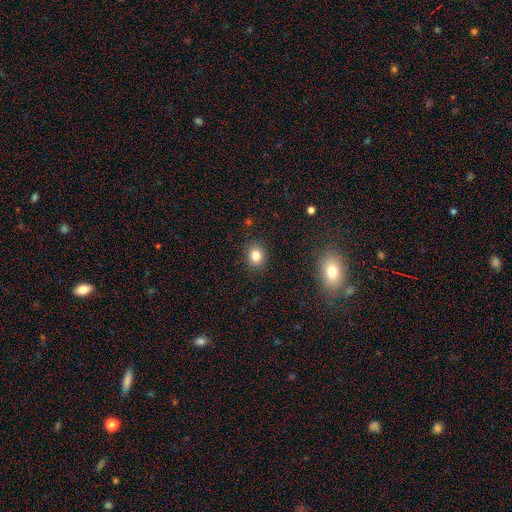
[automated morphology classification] smooth_or_featured: smooth (p=0.82) [alt: star or artifact p=0.12]
how_rounded: round (p=0.67) [alt: in between p=0.32]
merging: none (p=0.89) [alt: minor disturbance p=0.08]